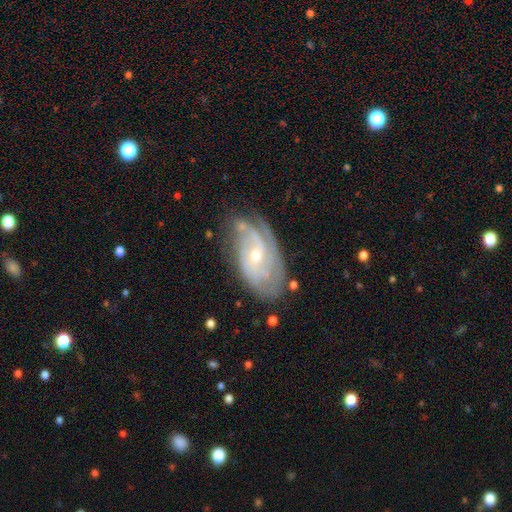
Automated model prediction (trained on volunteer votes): Smooth or featured? Predicted: featured or disk (p=0.84). Edge-on disk? Predicted: no (p=0.95). Bar? Predicted: no (p=0.63). Spiral arms? Predicted: yes (p=0.94). Spiral winding? Predicted: tight (p=0.52). Spiral arm count? Predicted: can't tell (p=0.31). Bulge size? Predicted: small (p=0.66). Merging? Predicted: none (p=0.64).